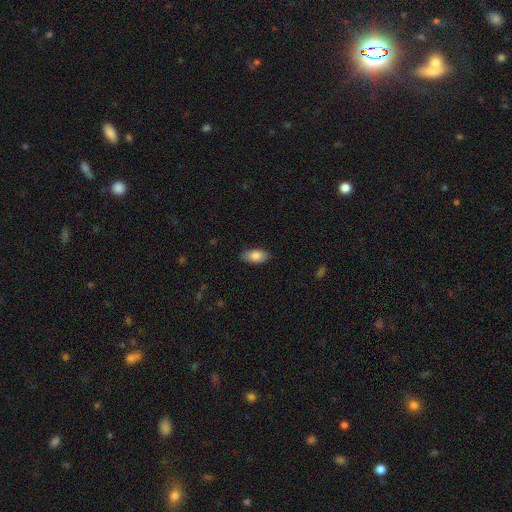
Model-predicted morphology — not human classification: This appears to be a smooth galaxy with no disk features (84%) that is in between round and cigar-shaped (93%). Merging: none (87%).